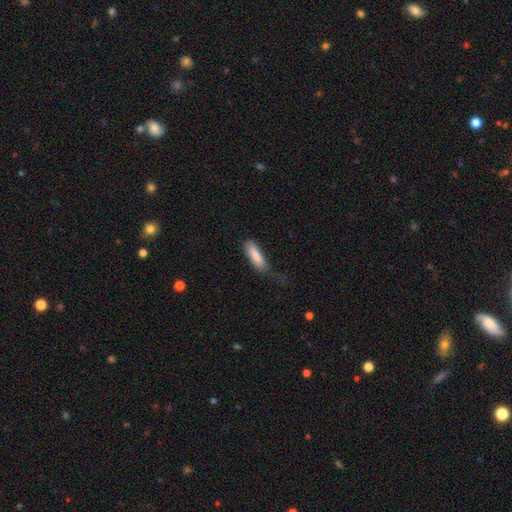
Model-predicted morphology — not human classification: This appears to be a smooth galaxy with no disk features (83%) that is cigar-shaped (52%). Merging: none (41%).